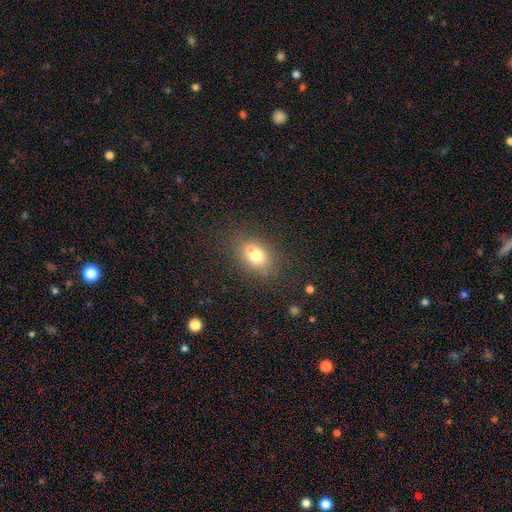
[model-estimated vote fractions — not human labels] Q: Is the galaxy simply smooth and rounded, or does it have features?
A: smooth — 68%.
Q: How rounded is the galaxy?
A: in between — 67%.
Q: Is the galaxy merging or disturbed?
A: none — 49%.